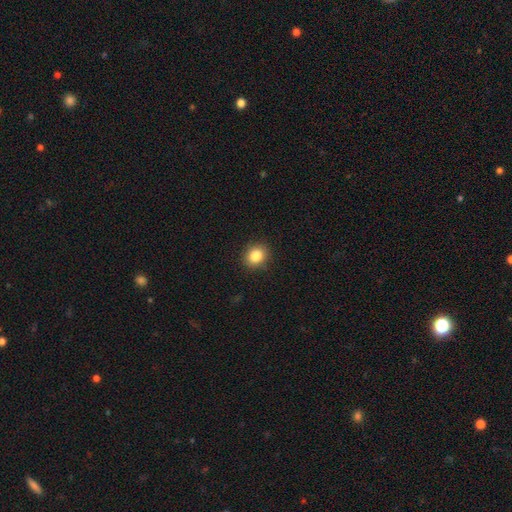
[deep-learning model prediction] Smooth or featured? smooth (85%)
How rounded? round (70%)
Merging? none (90%)